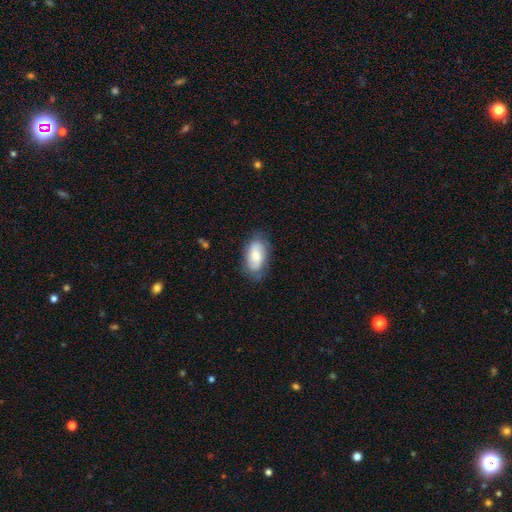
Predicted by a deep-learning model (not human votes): smooth_or_featured: smooth (p=0.62) [alt: featured or disk p=0.31]
how_rounded: in between (p=0.92) [alt: round p=0.04]
merging: none (p=0.71) [alt: minor disturbance p=0.21]